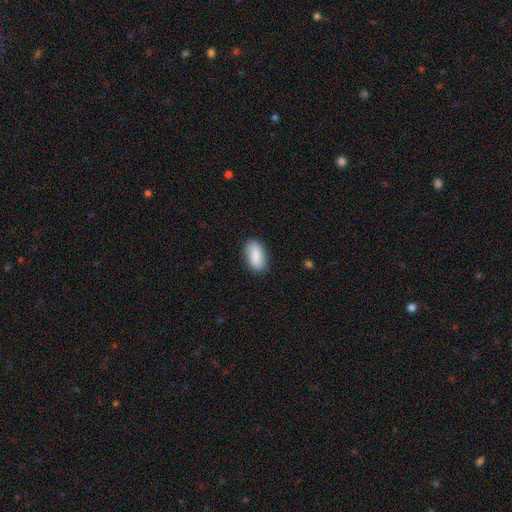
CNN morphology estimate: This appears to be a smooth galaxy with no disk features (84%) that is in between round and cigar-shaped (91%). Merging: none (84%).